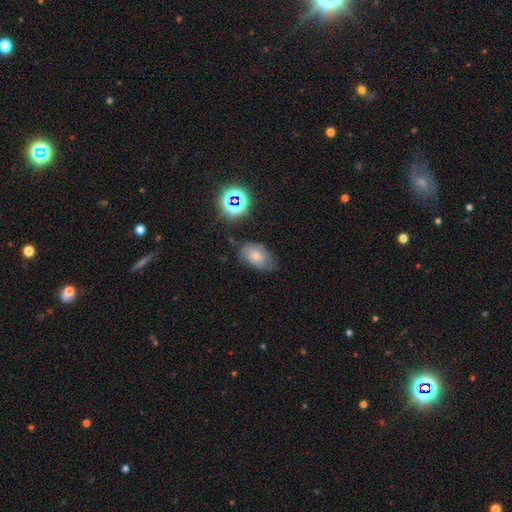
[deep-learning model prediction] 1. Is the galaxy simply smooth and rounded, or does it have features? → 65% smooth, 19% featured or disk, 15% star or artifact.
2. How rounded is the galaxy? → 87% in between, 12% round, 1% cigar-shaped.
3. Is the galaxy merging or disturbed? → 61% none, 28% minor disturbance, 8% major disturbance, 3% merger.